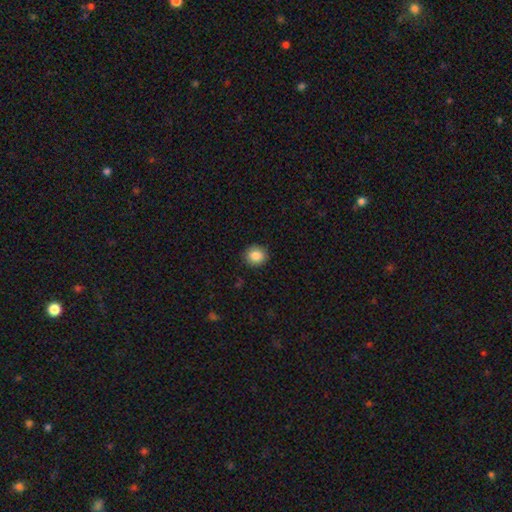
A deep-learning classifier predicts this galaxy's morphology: A smooth galaxy with no disk features (86%) that is round (83%). Merging: none (90%).